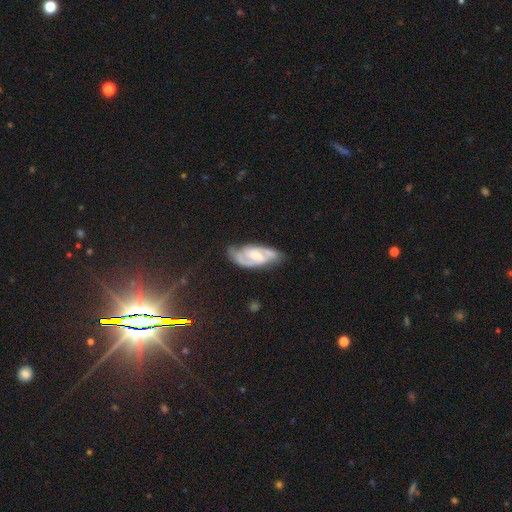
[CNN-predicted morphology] This appears to be a featured or disk galaxy (84%) with a weak bar (47%), 2 (84%) medium (48%) spiral arms (96%) and a small central bulge (48%). Merging: none (68%).